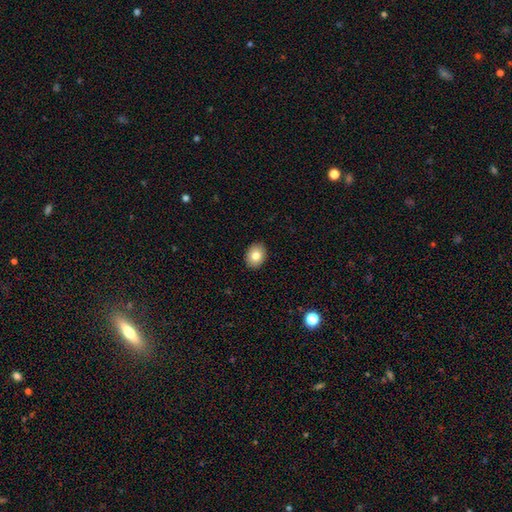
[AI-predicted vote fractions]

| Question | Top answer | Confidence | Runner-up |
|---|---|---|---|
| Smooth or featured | smooth | 79% | featured or disk (12%) |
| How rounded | in between | 55% | round (44%) |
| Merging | none | 91% | minor disturbance (7%) |